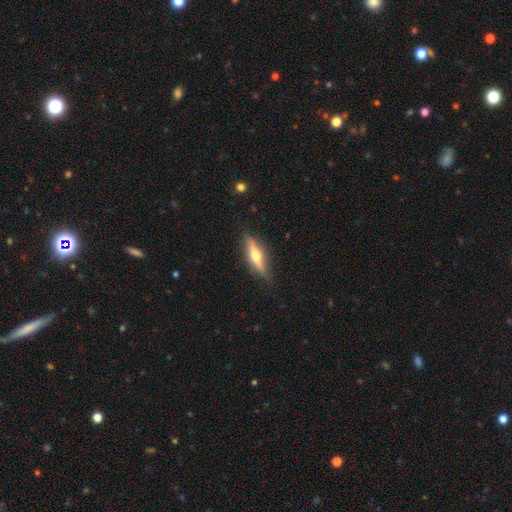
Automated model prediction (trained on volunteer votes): Smooth or featured? Predicted: featured or disk (p=0.61). Edge-on disk? Predicted: yes (p=0.94). Edge-on bulge? Predicted: rounded (p=0.93). Merging? Predicted: none (p=0.85).